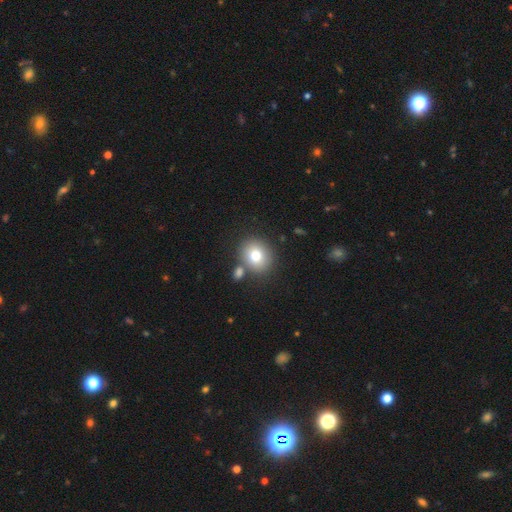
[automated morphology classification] smooth 76%, featured or disk 13%, star or artifact 11%. Down the decision tree: how rounded — round (77%); merging — none (72%).